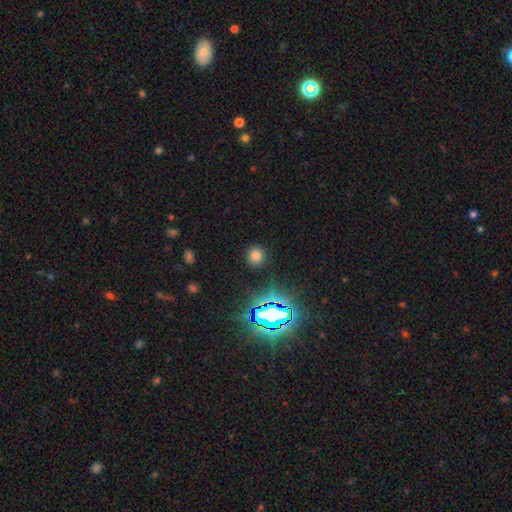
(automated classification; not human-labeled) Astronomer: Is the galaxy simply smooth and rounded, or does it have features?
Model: smooth — 69%.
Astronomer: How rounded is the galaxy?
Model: round — 91%.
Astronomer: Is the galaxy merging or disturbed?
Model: none — 89%.